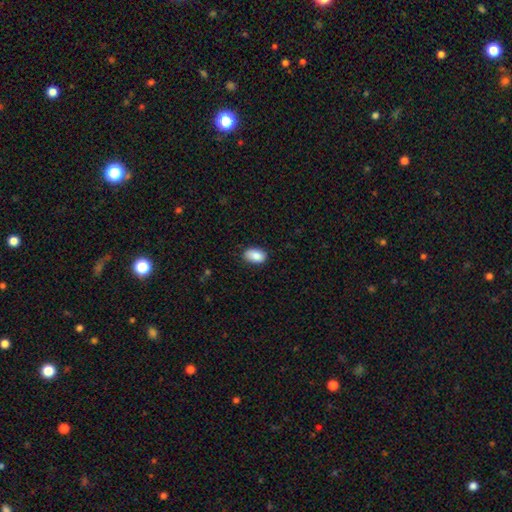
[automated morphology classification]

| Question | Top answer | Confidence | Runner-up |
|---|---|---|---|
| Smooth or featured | smooth | 87% | star or artifact (7%) |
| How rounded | in between | 91% | round (8%) |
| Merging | none | 81% | minor disturbance (15%) |